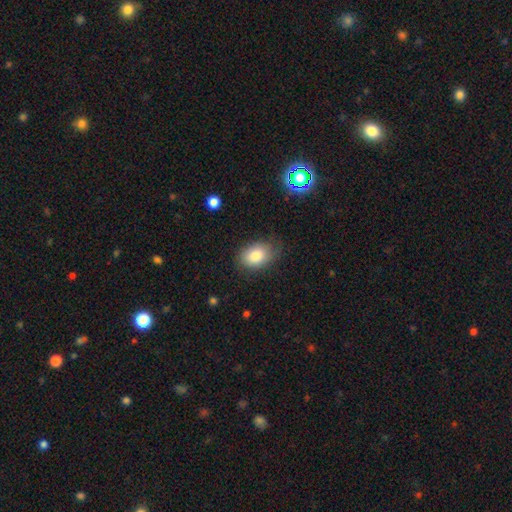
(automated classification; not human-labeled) smooth_or_featured: smooth (p=0.82) [alt: featured or disk p=0.10]
how_rounded: in between (p=0.80) [alt: round p=0.19]
merging: none (p=0.70) [alt: minor disturbance p=0.22]